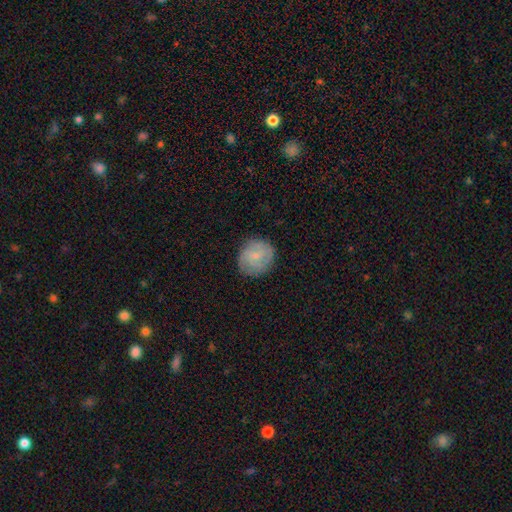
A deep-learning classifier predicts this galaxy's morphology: A smooth galaxy with no disk features (58%) that is round (87%). Merging: none (83%).